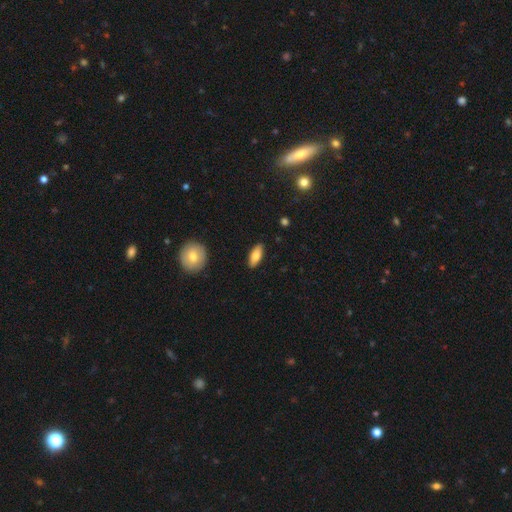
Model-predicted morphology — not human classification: smooth-or-featured: smooth: 77% | featured or disk: 17% | star or artifact: 6%
  how-rounded: in between: 79% | cigar-shaped: 19% | round: 2%
  merging: none: 89% | minor disturbance: 8% | major disturbance: 2% | merger: 1%